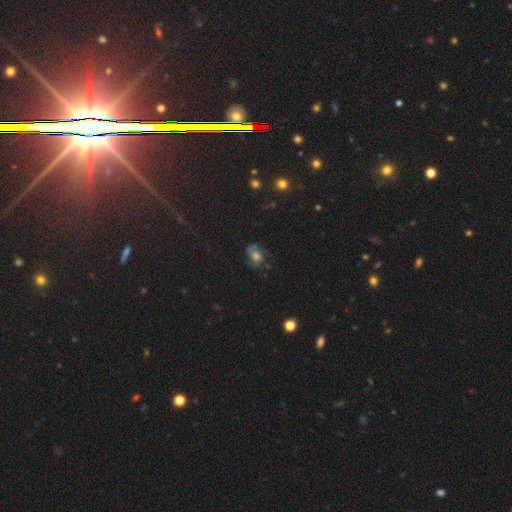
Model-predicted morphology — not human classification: smooth-or-featured: smooth: 45% | featured or disk: 31% | star or artifact: 24%
  merging: none: 60% | minor disturbance: 23% | major disturbance: 14% | merger: 3%